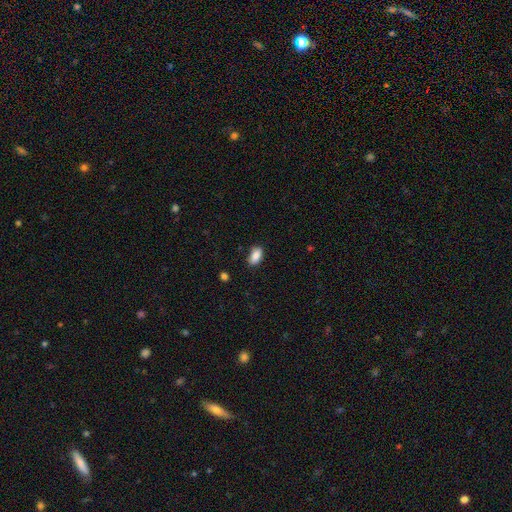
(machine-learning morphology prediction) Q: Smooth or featured?
A: smooth (88%); runner-up: star or artifact (8%)
Q: How rounded?
A: in between (92%); runner-up: round (5%)
Q: Merging?
A: none (81%); runner-up: minor disturbance (14%)